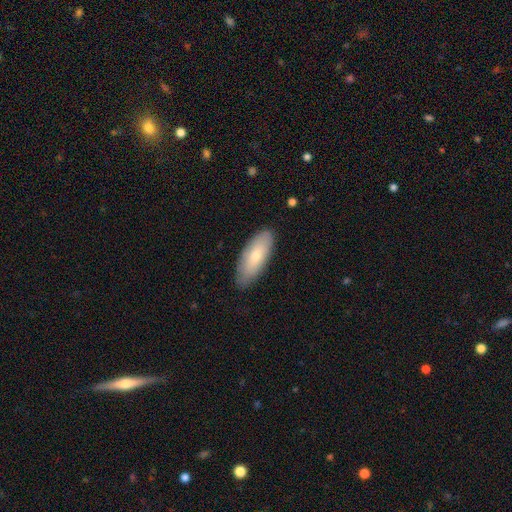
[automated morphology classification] smooth 73%, featured or disk 21%, star or artifact 6%. Down the decision tree: how rounded — in between (80%); merging — none (84%).